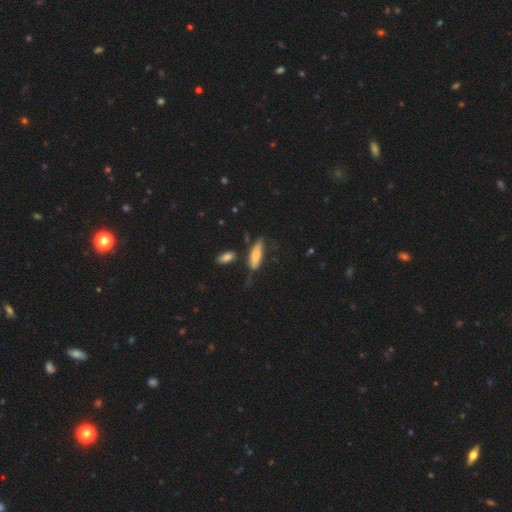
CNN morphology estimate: smooth_or_featured: smooth (p=0.79) [alt: featured or disk p=0.14]
how_rounded: in between (p=0.56) [alt: cigar-shaped p=0.42]
merging: none (p=0.49) [alt: minor disturbance p=0.31]